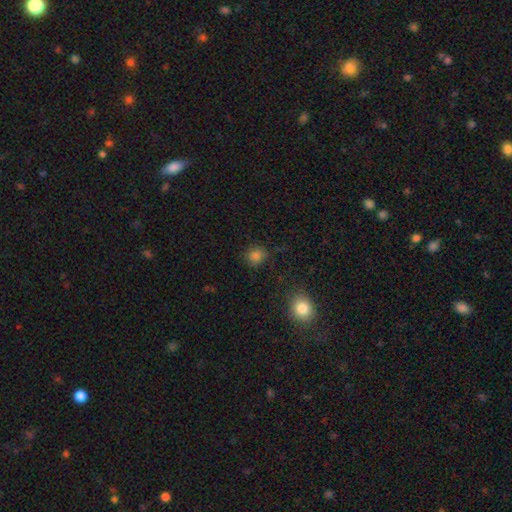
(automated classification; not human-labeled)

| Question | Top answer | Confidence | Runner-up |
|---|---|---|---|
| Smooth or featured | smooth | 81% | star or artifact (15%) |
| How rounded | round | 86% | in between (13%) |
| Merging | none | 81% | minor disturbance (13%) |